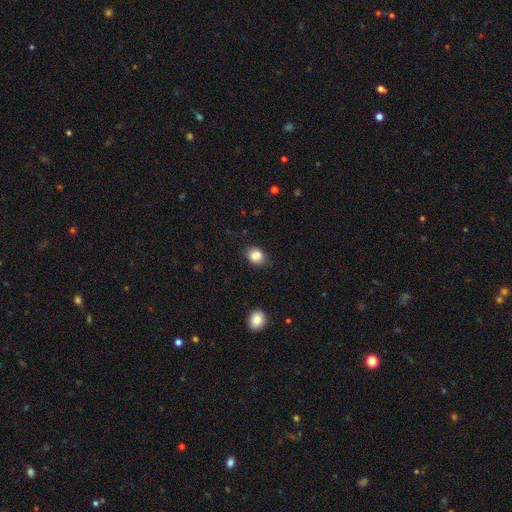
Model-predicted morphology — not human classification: Smooth or featured: smooth — 86% (star or artifact — 9%)
How rounded: in between — 52% (round — 47%)
Merging: none — 76% (minor disturbance — 17%)